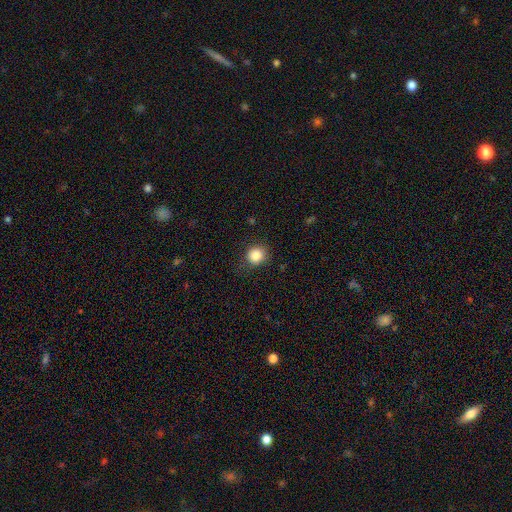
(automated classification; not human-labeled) This appears to be a smooth galaxy with no disk features (84%) that is round (86%). Merging: none (83%).